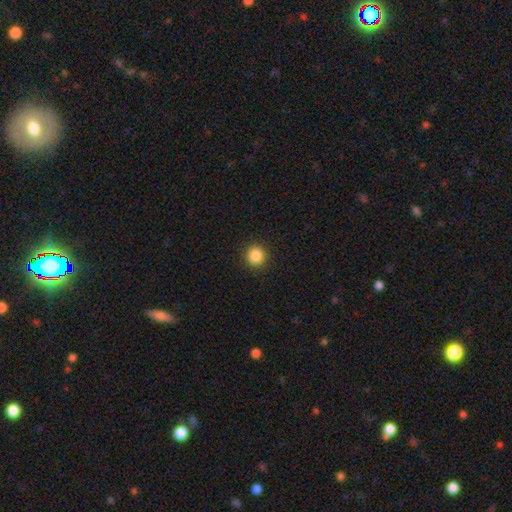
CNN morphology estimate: Q: Smooth or featured?
A: smooth (87%); runner-up: star or artifact (10%)
Q: How rounded?
A: round (94%); runner-up: in between (5%)
Q: Merging?
A: none (92%); runner-up: minor disturbance (5%)